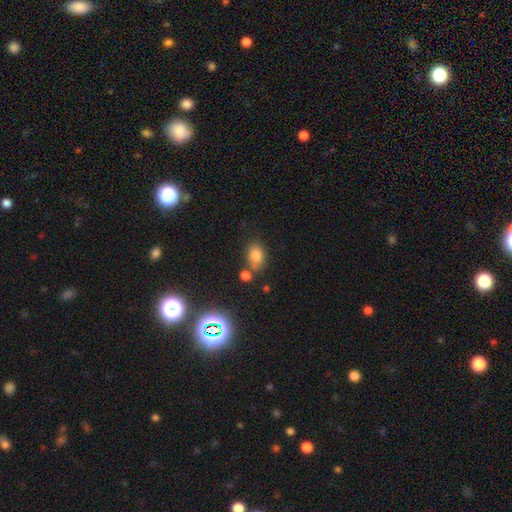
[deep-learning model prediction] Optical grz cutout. It shows a smooth galaxy with no disk features (79%) that is in between round and cigar-shaped (77%). Merging: none (64%).